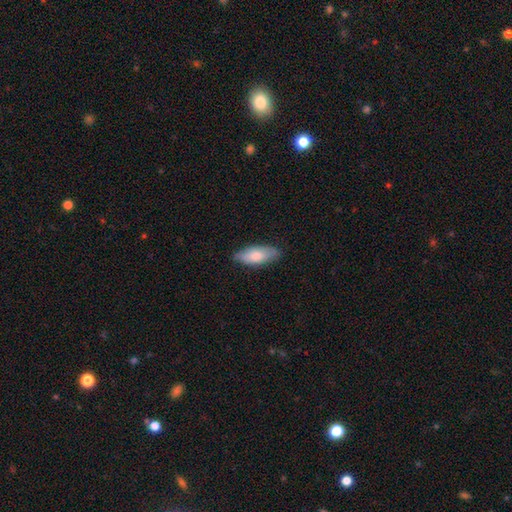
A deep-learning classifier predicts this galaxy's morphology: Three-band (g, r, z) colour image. It shows a smooth galaxy with no disk features (74%) that is in between round and cigar-shaped (80%). Merging: none (78%).